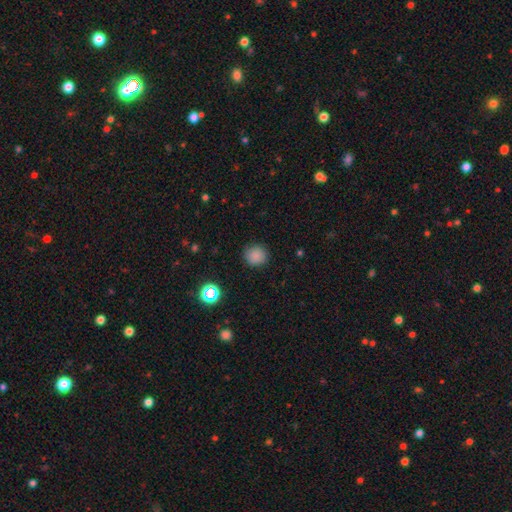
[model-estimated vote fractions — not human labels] This is clearly a smooth galaxy (84%). How rounded: clearly round (90%). Merging: clearly none (89%).